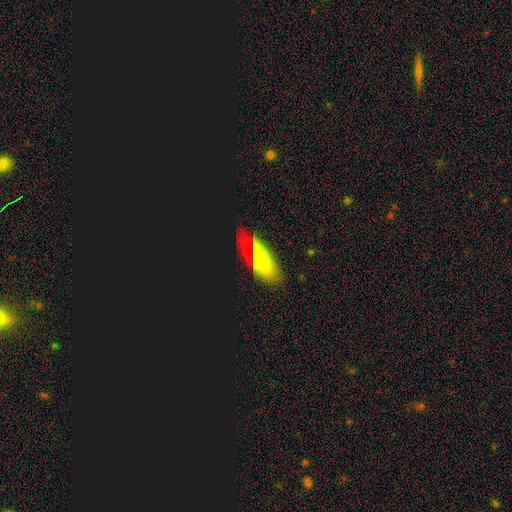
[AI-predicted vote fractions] smooth 56%, star or artifact 27%, featured or disk 17%. Down the decision tree: how rounded — in between (70%); merging — none (79%).